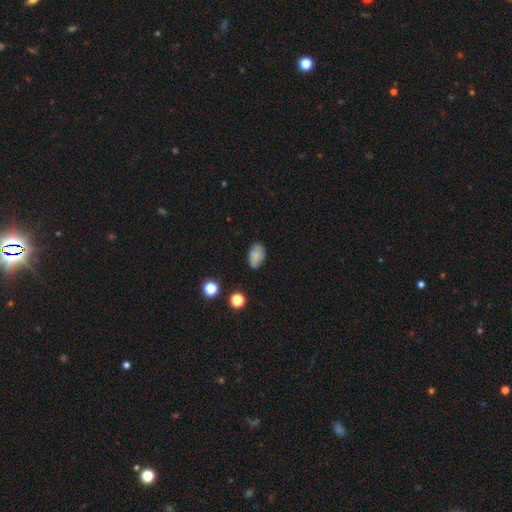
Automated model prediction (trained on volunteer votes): smooth-or-featured: smooth: 72% | featured or disk: 17% | star or artifact: 11%
  how-rounded: in between: 87% | round: 11% | cigar-shaped: 2%
  merging: none: 73% | minor disturbance: 20% | major disturbance: 5% | merger: 2%